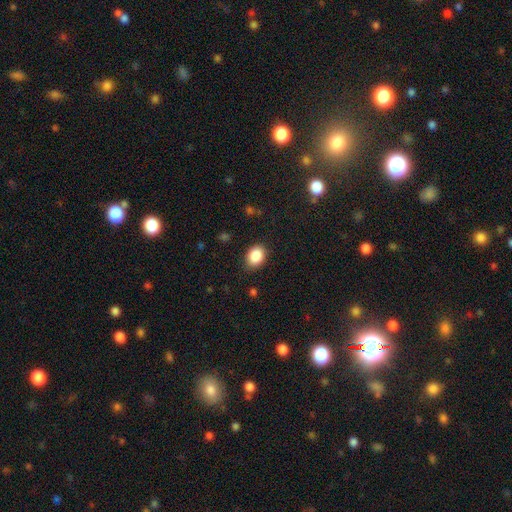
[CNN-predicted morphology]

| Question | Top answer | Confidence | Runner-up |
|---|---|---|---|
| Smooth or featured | smooth | 88% | star or artifact (8%) |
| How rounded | in between | 70% | round (30%) |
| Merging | none | 86% | minor disturbance (11%) |